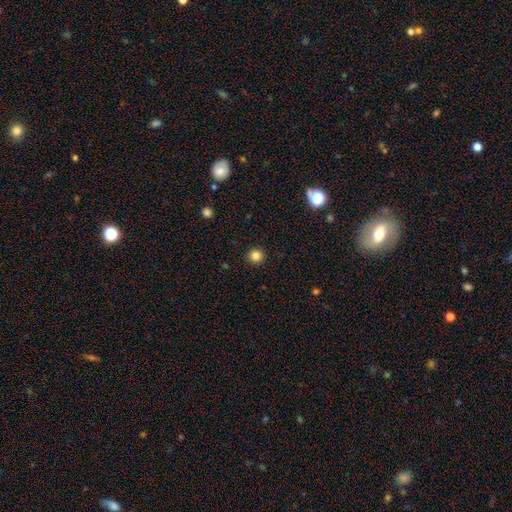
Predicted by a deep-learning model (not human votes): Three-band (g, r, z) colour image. It shows a smooth galaxy with no disk features (83%) that is round (95%). Merging: none (93%).